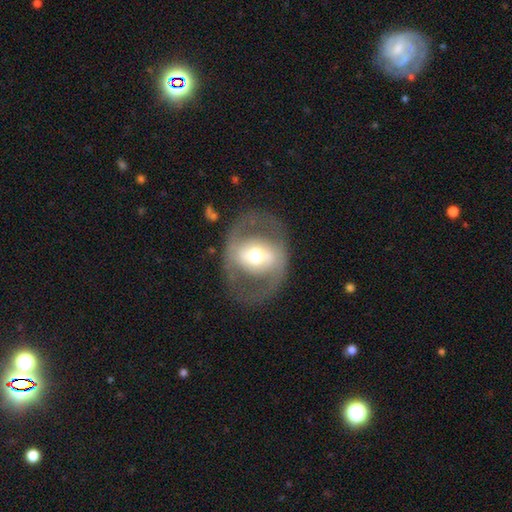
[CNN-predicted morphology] This is likely a featured or disk galaxy (67%). It is clearly not viewed edge-on (94%). Bar: marginally no (40%). Spiral arm pattern: likely no (63%). Central bulge: likely moderate (64%). Merging: likely none (74%).